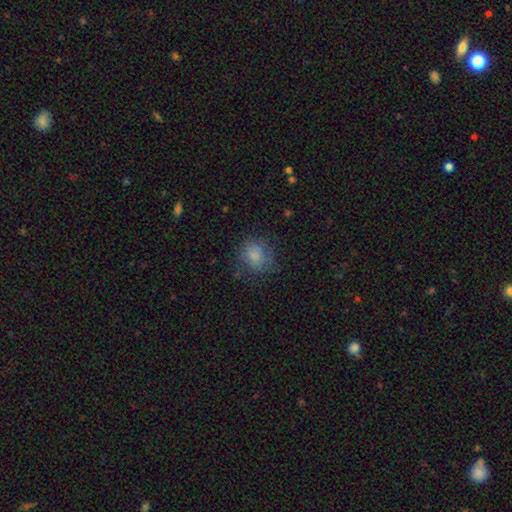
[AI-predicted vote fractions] A smooth galaxy with no disk features (80%) that is round (71%). Merging: none (71%).